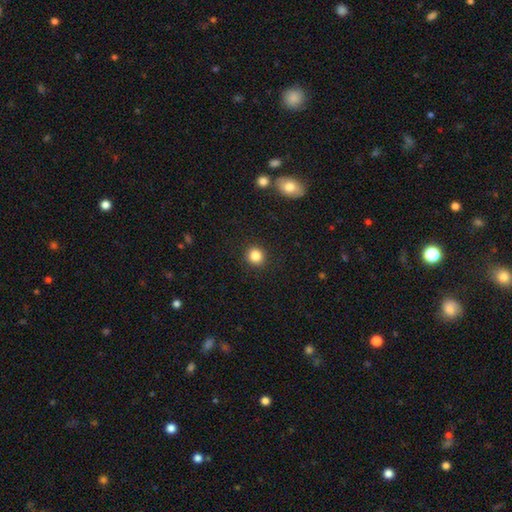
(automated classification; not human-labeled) Morphology: type=smooth (85%); roundness=round (89%); merging=none (91%).